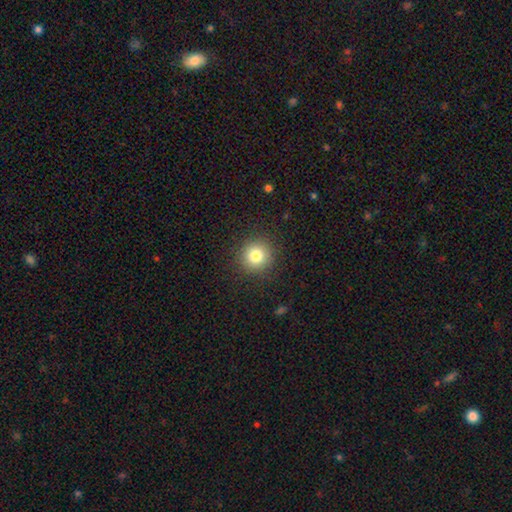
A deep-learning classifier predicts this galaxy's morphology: Overall: smooth (81%). How rounded: round (93%). Merging: none (90%).